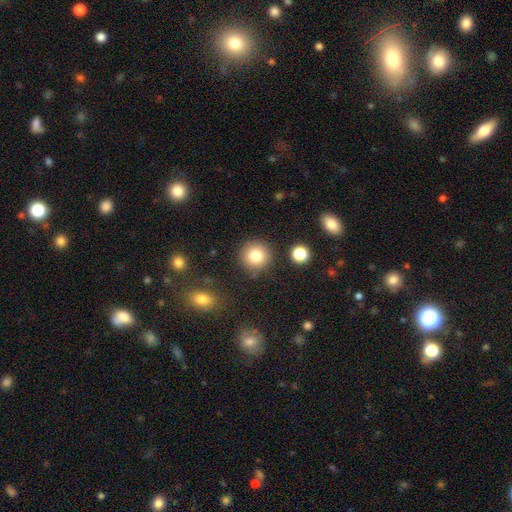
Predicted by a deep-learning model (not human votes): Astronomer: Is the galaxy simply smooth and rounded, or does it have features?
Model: smooth — 80%.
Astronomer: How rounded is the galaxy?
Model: round — 94%.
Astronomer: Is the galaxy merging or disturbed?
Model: none — 86%.